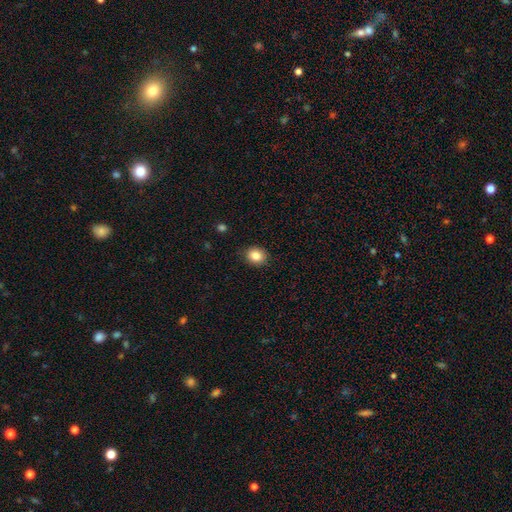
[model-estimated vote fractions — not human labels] A smooth galaxy with no disk features (85%) that is round (55%).

Vote fractions:
- Smooth or featured? smooth: 85% / star or artifact: 9% / featured or disk: 6%
- How rounded? round: 55% / in between: 44% / cigar-shaped: 1%
- Merging? none: 87% / minor disturbance: 10% / major disturbance: 2% / merger: 1%